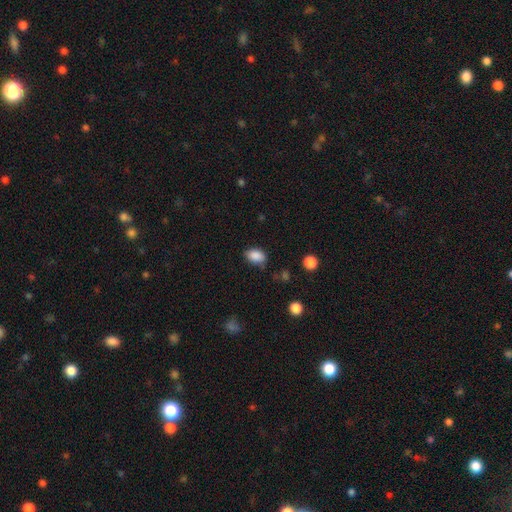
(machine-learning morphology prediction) This is clearly a smooth galaxy (88%). How rounded: clearly in between (86%). Merging: likely none (71%).